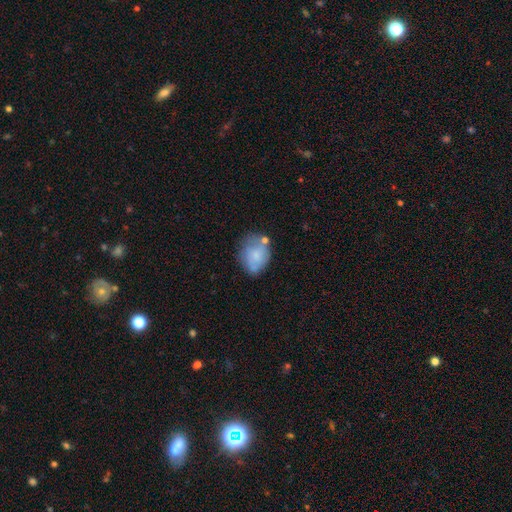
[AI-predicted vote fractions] A smooth galaxy with no disk features (64%) that is in between round and cigar-shaped (59%).

Vote fractions:
- Smooth or featured? smooth: 64% / featured or disk: 28% / star or artifact: 8%
- How rounded? in between: 59% / round: 40% / cigar-shaped: 1%
- Merging? none: 48% / minor disturbance: 27% / merger: 14% / major disturbance: 11%